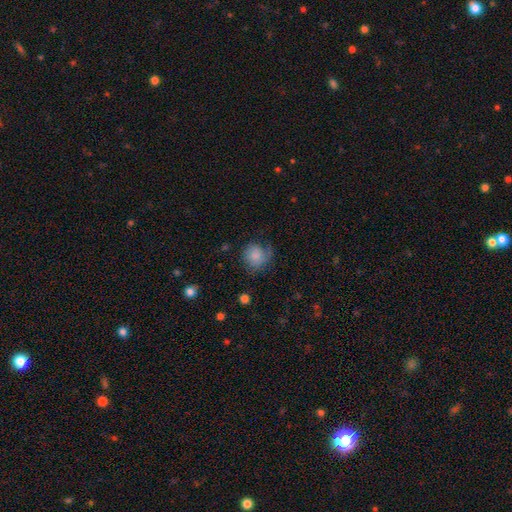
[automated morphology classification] This is likely a smooth galaxy (77%). How rounded: likely round (79%). Merging: possibly none (51%).